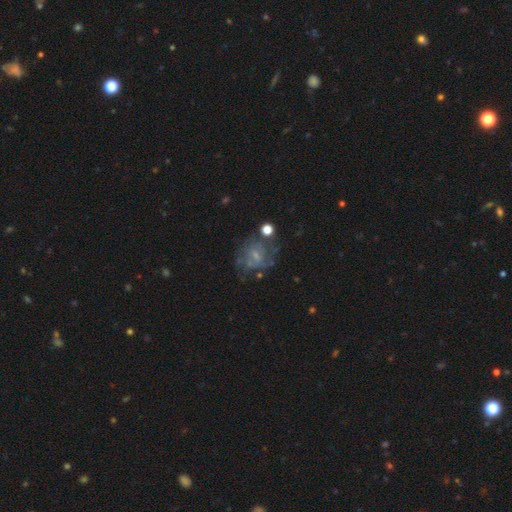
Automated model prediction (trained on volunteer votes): Smooth or featured?
  - featured or disk: 62% *
  - smooth: 26%
  - star or artifact: 12%
Edge-on disk?
  - no: 98% *
  - yes: 2%
Bar?
  - no: 58% *
  - weak: 35%
  - strong: 6%
Spiral arms?
  - yes: 62% *
  - no: 38%
Bulge size?
  - small: 60% *
  - moderate: 20%
  - none: 17%
  - large: 2%
  - dominant: 1%
Merging?
  - none: 49% *
  - major disturbance: 23%
  - minor disturbance: 21%
  - merger: 8%